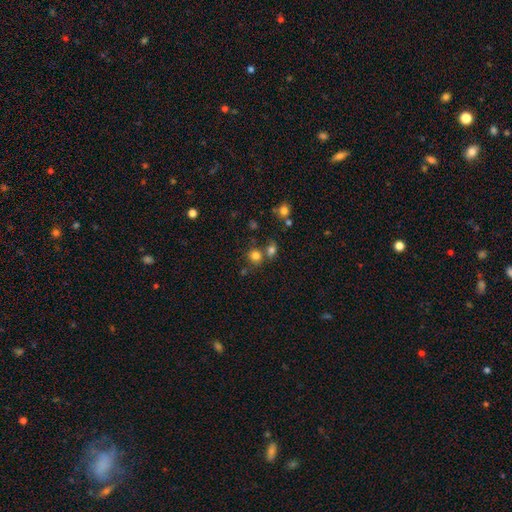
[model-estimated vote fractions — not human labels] A smooth galaxy with no disk features (78%) that is round (83%).

Vote fractions:
- Smooth or featured? smooth: 78% / star or artifact: 15% / featured or disk: 7%
- How rounded? round: 83% / in between: 16% / cigar-shaped: 1%
- Merging? none: 60% / merger: 26% / minor disturbance: 10% / major disturbance: 4%